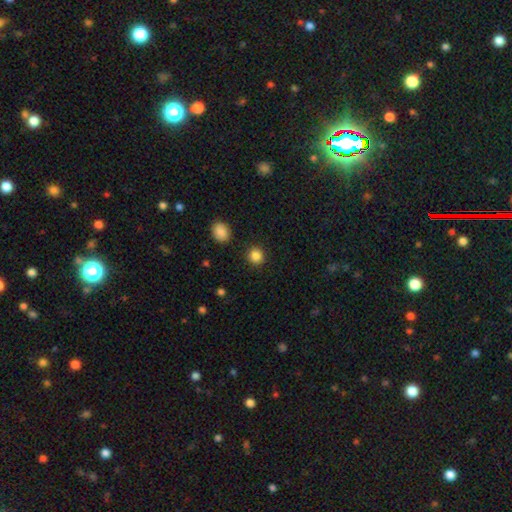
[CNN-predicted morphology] smooth-or-featured: smooth: 86% | star or artifact: 11% | featured or disk: 3%
  how-rounded: round: 91% | in between: 8% | cigar-shaped: 1%
  merging: none: 91% | minor disturbance: 5% | major disturbance: 2% | merger: 2%